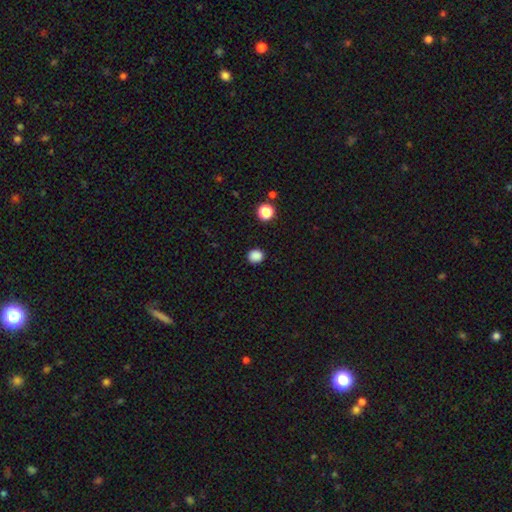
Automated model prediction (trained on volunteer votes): This appears to be a smooth galaxy with no disk features (86%) that is round (81%). Merging: none (90%).